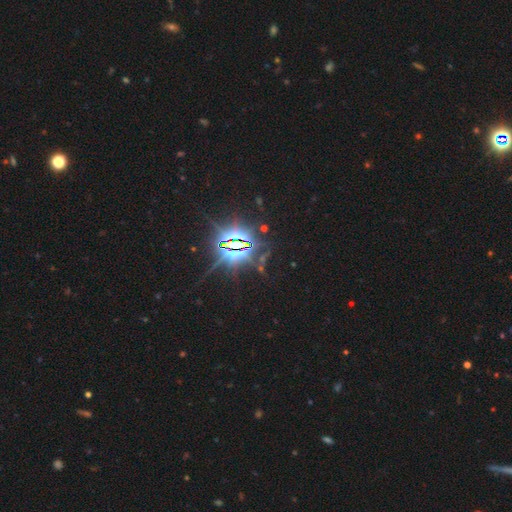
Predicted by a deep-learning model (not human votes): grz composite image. It shows a star or artifact, not a galaxy (88%).